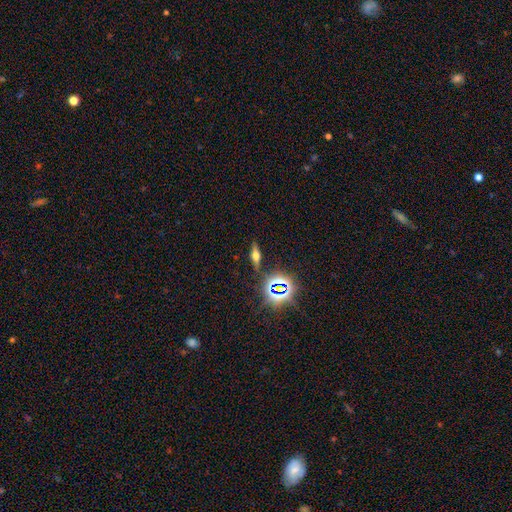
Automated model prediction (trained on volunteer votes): This appears to be a featured or disk galaxy (42%). Merging: none (85%).